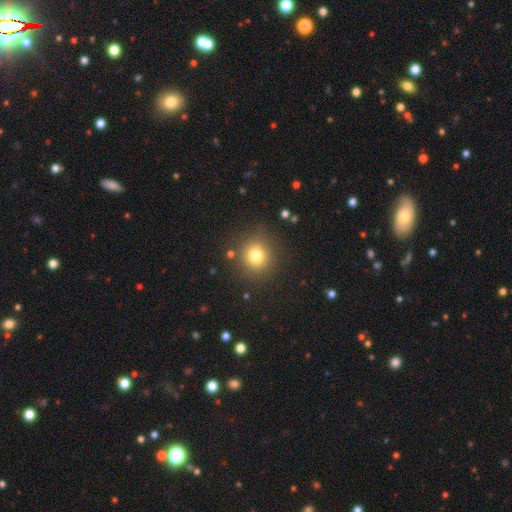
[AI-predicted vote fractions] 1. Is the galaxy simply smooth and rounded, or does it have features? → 76% smooth, 15% star or artifact, 8% featured or disk.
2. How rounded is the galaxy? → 93% round, 7% in between, 1% cigar-shaped.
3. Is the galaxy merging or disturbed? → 85% none, 8% minor disturbance, 4% major disturbance, 3% merger.